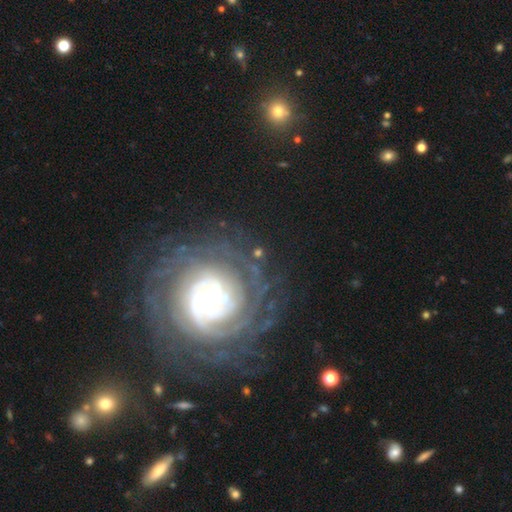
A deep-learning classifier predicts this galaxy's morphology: A featured or disk galaxy (83%) with no bar (63%), tight (82%) spiral arms (95%) and a small central bulge (57%).

Vote fractions:
- Smooth or featured? featured or disk: 83% / smooth: 9% / star or artifact: 8%
- Edge-on disk? no: 97% / yes: 3%
- Bar? no: 63% / weak: 24% / strong: 13%
- Spiral arms? yes: 95% / no: 5%
- Spiral winding? tight: 82% / medium: 14% / loose: 4%
- Spiral arm count? can't tell: 34% / more than 4: 17% / 2: 15% / 4: 14% / 3: 13% / 1: 8%
- Bulge size? small: 57% / moderate: 31% / large: 9% / dominant: 2% / none: 2%
- Merging? none: 80% / minor disturbance: 12% / major disturbance: 7% / merger: 2%